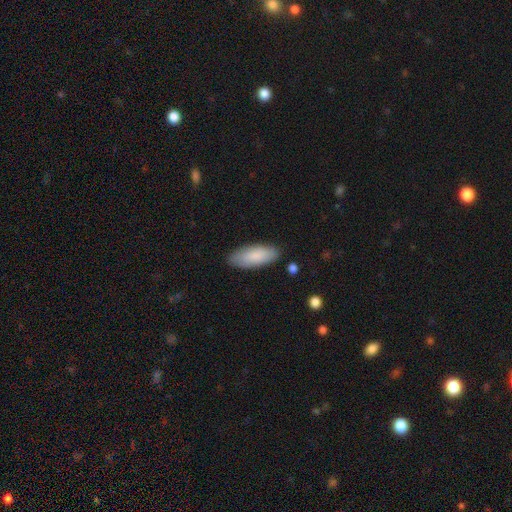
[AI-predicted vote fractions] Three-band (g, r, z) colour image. It shows a smooth galaxy with no disk features (85%) that is in between round and cigar-shaped (77%). Merging: none (85%).